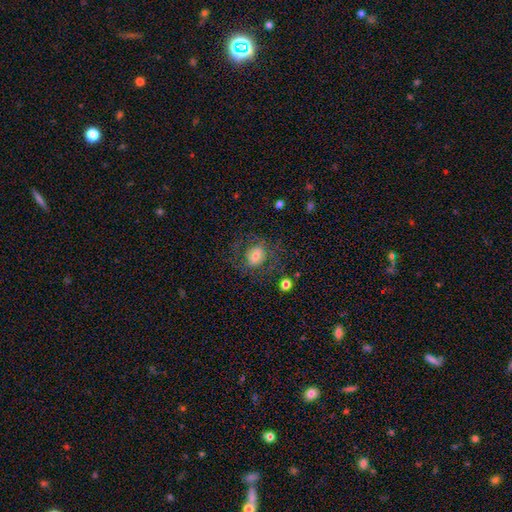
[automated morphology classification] Smooth or featured: smooth — 56% (featured or disk — 33%)
How rounded: round — 59% (in between — 40%)
Merging: none — 61% (major disturbance — 19%)